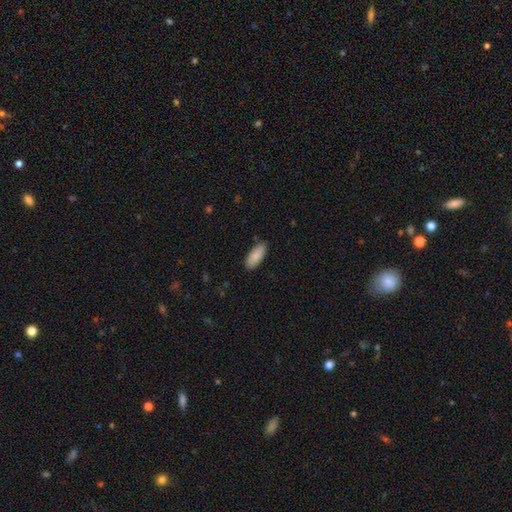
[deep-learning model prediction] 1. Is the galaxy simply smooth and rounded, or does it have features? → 87% smooth, 7% featured or disk, 6% star or artifact.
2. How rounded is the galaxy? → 84% in between, 14% cigar-shaped, 2% round.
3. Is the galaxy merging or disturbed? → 85% none, 12% minor disturbance, 2% major disturbance, 1% merger.